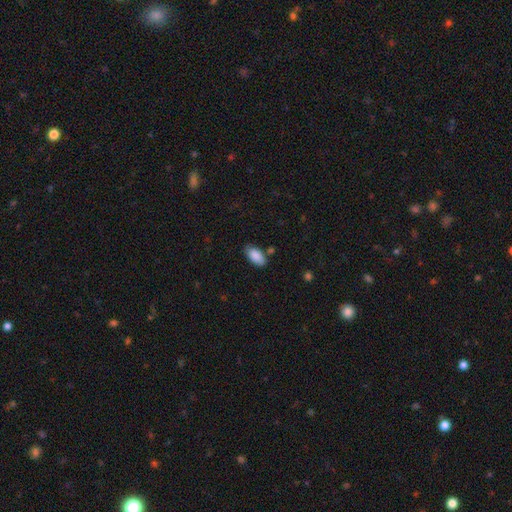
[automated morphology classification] This appears to be a smooth galaxy with no disk features (88%) that is in between round and cigar-shaped (94%). Merging: none (78%).